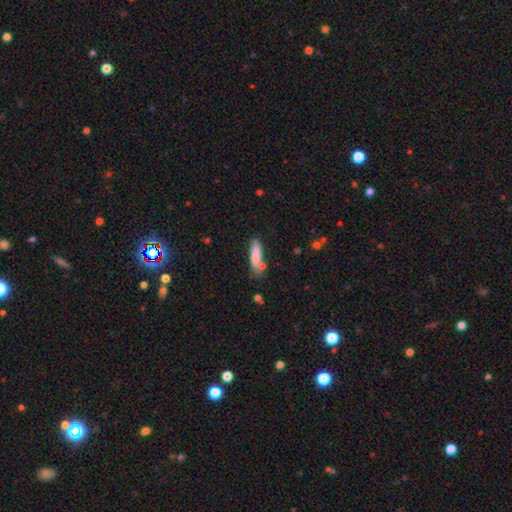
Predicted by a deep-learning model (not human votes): A smooth galaxy with no disk features (82%) that is cigar-shaped (70%).

Vote fractions:
- Smooth or featured? smooth: 82% / featured or disk: 11% / star or artifact: 6%
- How rounded? cigar-shaped: 70% / in between: 29% / round: 2%
- Merging? none: 70% / minor disturbance: 17% / merger: 9% / major disturbance: 4%